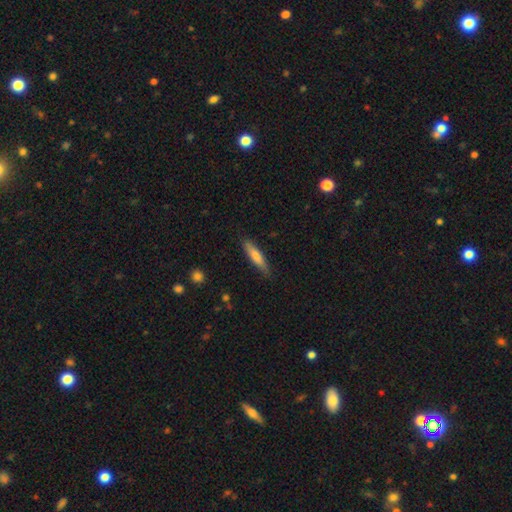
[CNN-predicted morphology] Q: Smooth or featured?
A: smooth (67%); runner-up: featured or disk (27%)
Q: How rounded?
A: cigar-shaped (85%); runner-up: in between (13%)
Q: Merging?
A: none (87%); runner-up: minor disturbance (10%)